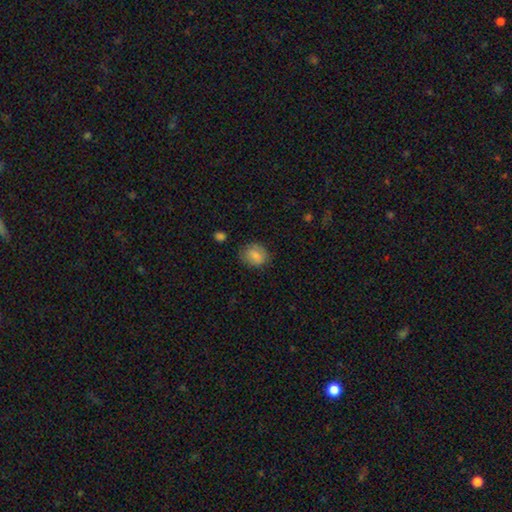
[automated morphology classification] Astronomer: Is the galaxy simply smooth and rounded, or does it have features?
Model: smooth — 81%.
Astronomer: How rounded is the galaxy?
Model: in between — 50% (runner-up: round, 49%).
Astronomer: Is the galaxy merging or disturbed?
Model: none — 75%.